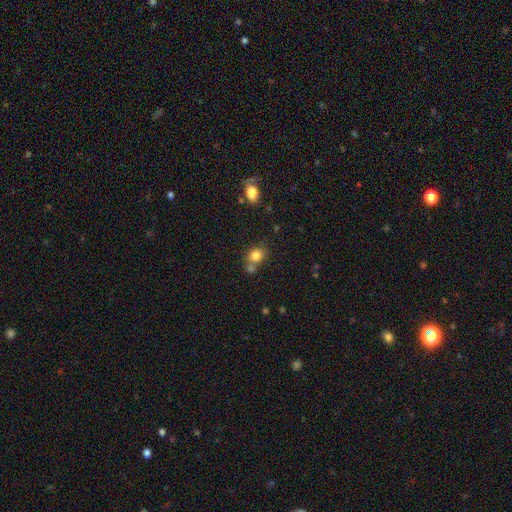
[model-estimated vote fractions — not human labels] smooth 81%, star or artifact 11%, featured or disk 8%. Down the decision tree: how rounded — round (63%); merging — none (56%).